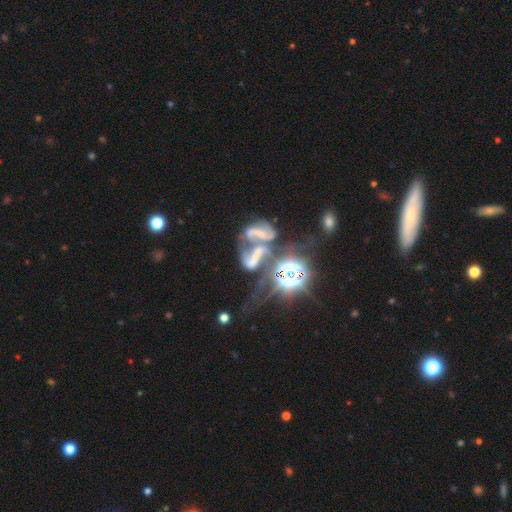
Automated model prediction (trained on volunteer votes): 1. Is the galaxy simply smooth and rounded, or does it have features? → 62% featured or disk, 24% star or artifact, 14% smooth.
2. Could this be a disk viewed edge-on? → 95% no, 5% yes.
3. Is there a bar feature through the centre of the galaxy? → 44% strong, 34% no, 22% weak.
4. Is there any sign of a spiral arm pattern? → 64% yes, 36% no.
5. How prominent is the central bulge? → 43% none, 28% small, 18% moderate, 7% large, 4% dominant.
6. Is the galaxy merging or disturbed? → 57% merger, 21% major disturbance, 15% none, 7% minor disturbance.